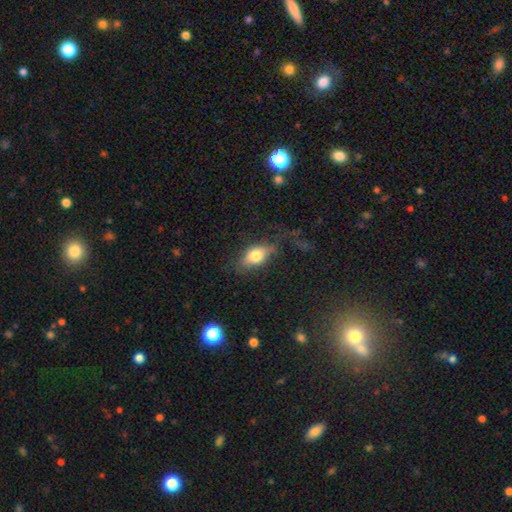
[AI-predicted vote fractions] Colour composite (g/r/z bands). It shows a smooth galaxy with no disk features (72%) that is in between round and cigar-shaped (82%). Merging: none (58%).